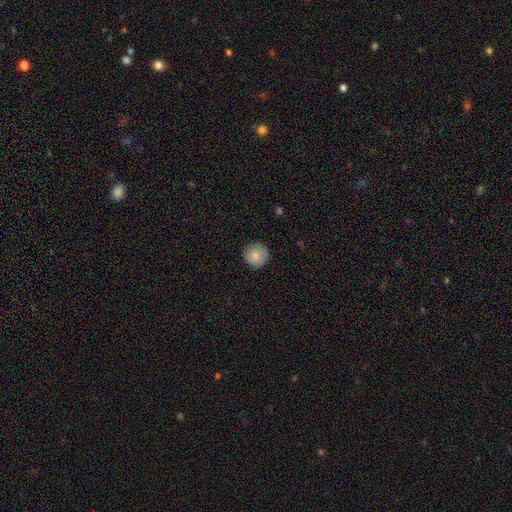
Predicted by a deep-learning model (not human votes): This appears to be a smooth galaxy with no disk features (85%) that is round (95%). Merging: none (87%).